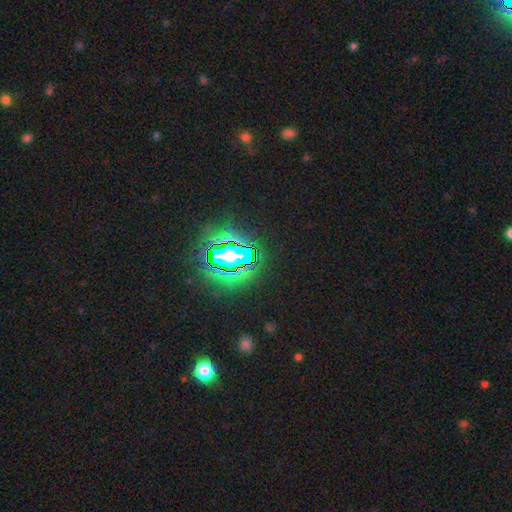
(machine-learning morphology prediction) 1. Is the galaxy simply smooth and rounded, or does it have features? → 72% star or artifact, 16% smooth, 12% featured or disk.